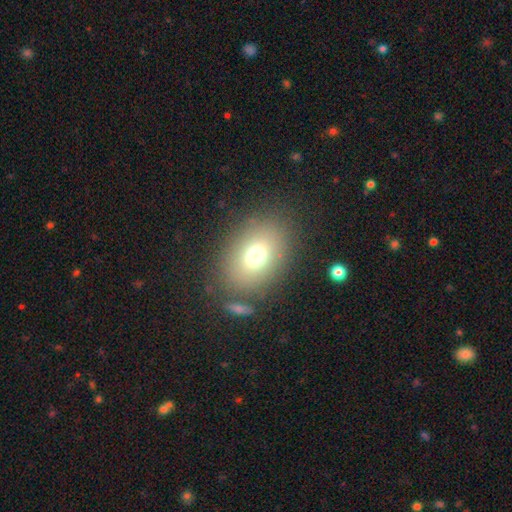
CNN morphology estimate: smooth_or_featured: smooth (p=0.73) [alt: featured or disk p=0.14]
how_rounded: in between (p=0.69) [alt: round p=0.30]
merging: none (p=0.81) [alt: minor disturbance p=0.10]